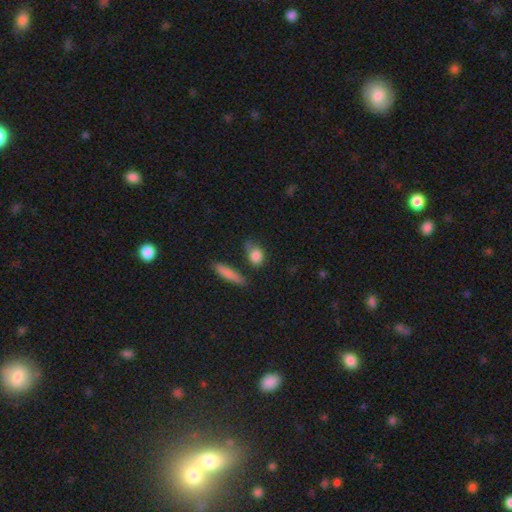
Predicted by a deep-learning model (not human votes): A smooth galaxy with no disk features (83%) that is in between round and cigar-shaped (54%).

Vote fractions:
- Smooth or featured? smooth: 83% / star or artifact: 9% / featured or disk: 8%
- How rounded? in between: 54% / round: 37% / cigar-shaped: 9%
- Merging? none: 60% / minor disturbance: 22% / merger: 10% / major disturbance: 7%